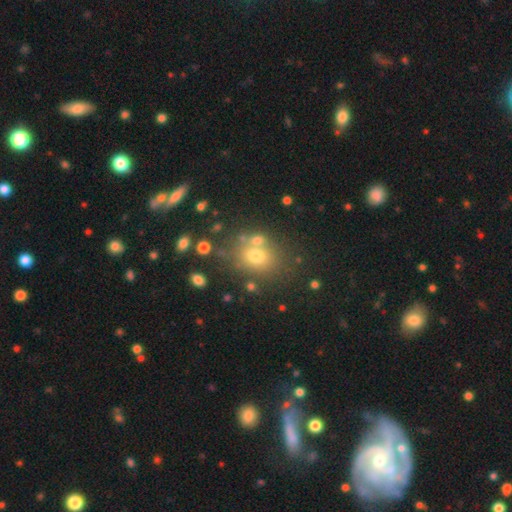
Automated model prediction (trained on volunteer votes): Smooth or featured: smooth — 64% (star or artifact — 20%)
How rounded: round — 59% (in between — 40%)
Merging: none — 65% (merger — 18%)